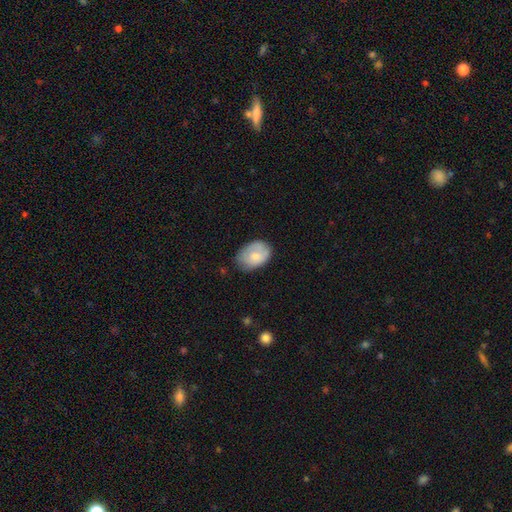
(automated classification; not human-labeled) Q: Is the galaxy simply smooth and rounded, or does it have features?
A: smooth — 72%.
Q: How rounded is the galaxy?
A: in between — 84%.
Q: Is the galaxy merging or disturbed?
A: none — 67%.